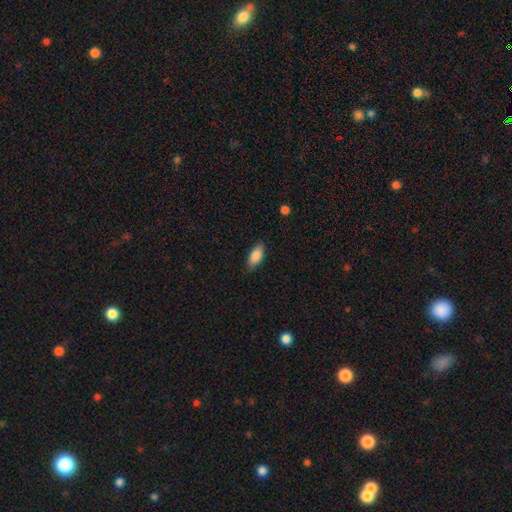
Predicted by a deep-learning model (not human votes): smooth_or_featured: smooth (p=0.87) [alt: featured or disk p=0.07]
how_rounded: in between (p=0.86) [alt: cigar-shaped p=0.12]
merging: none (p=0.85) [alt: minor disturbance p=0.11]